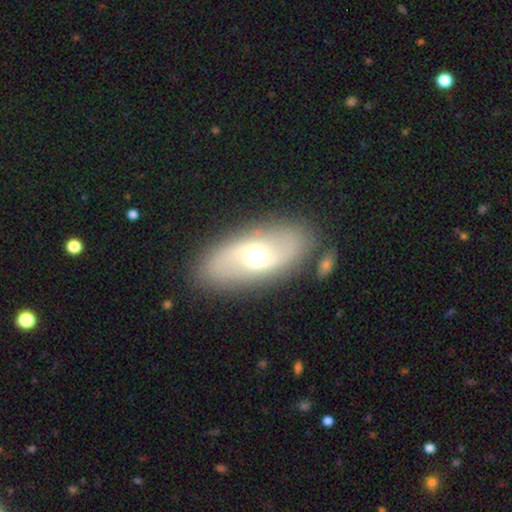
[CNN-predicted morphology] A featured or disk galaxy (58%) with no bar (46%), spiral arms (66%) and a moderate central bulge (68%). Merging: none (83%).